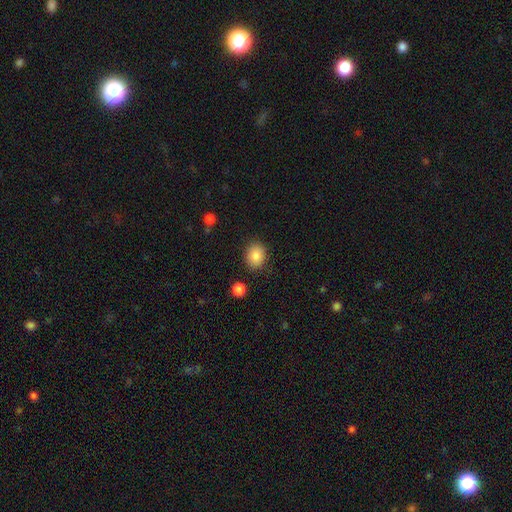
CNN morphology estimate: A smooth galaxy with no disk features (86%) that is round (56%).

Vote fractions:
- Smooth or featured? smooth: 86% / star or artifact: 9% / featured or disk: 5%
- How rounded? round: 56% / in between: 43% / cigar-shaped: 1%
- Merging? none: 86% / minor disturbance: 9% / major disturbance: 3% / merger: 2%